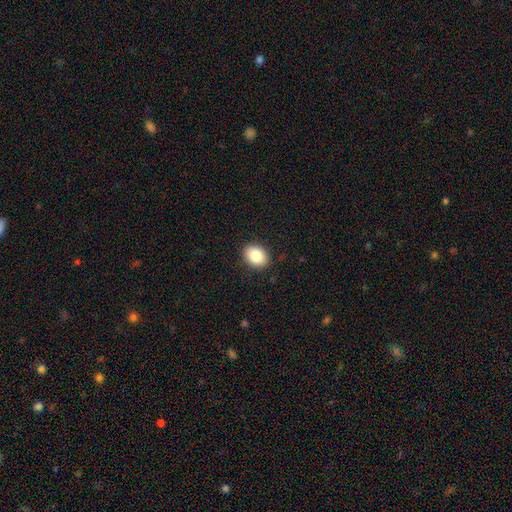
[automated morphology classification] Smooth or featured? Predicted: smooth (p=0.85). How rounded? Predicted: in between (p=0.60). Merging? Predicted: none (p=0.90).